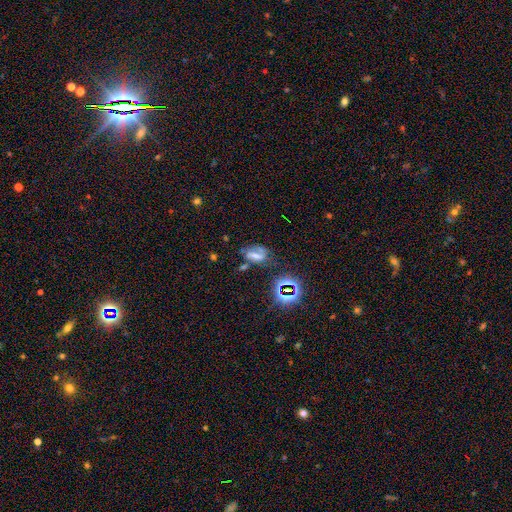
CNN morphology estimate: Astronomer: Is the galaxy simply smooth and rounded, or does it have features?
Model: star or artifact — 44% (runner-up: smooth, 30%).